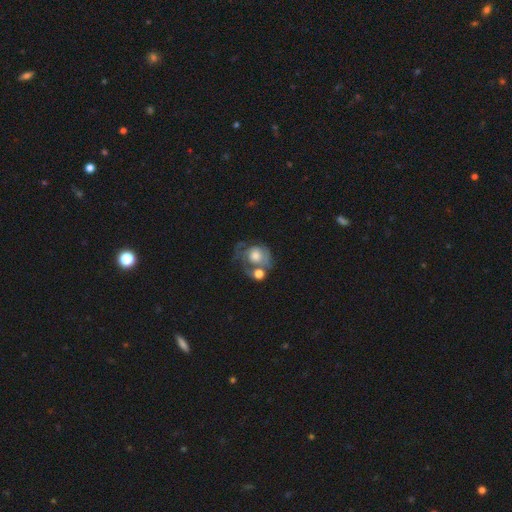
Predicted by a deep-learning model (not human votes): Smooth or featured?
  - smooth: 46% * (tied)
  - featured or disk: 46% * (tied)
  - star or artifact: 8%
Merging?
  - merger: 32% *
  - none: 27%
  - major disturbance: 24%
  - minor disturbance: 18%